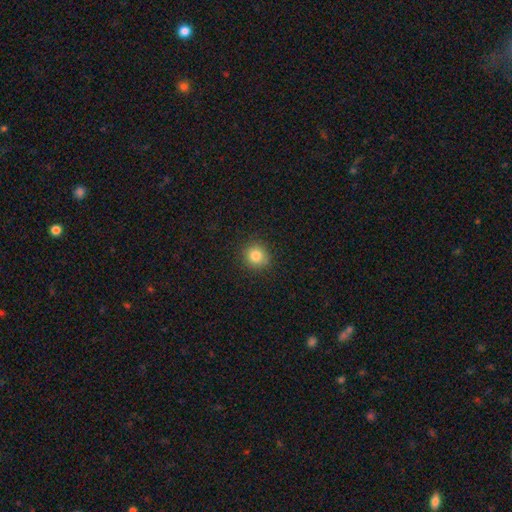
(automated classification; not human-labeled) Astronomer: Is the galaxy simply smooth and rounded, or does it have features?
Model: smooth — 83%.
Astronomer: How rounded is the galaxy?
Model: round — 91%.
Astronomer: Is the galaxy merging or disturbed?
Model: none — 88%.